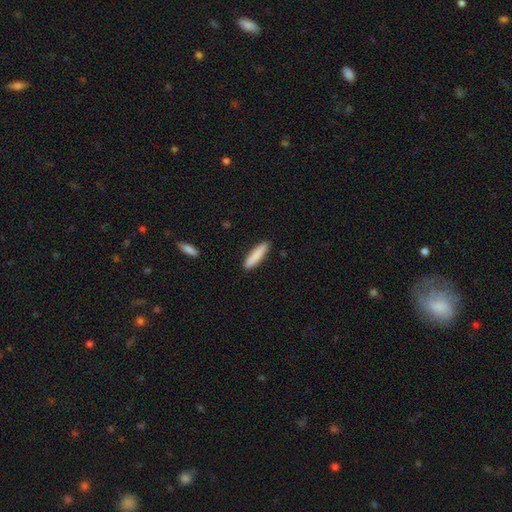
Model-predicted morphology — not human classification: A smooth galaxy with no disk features (86%) that is cigar-shaped (81%). Merging: none (89%).